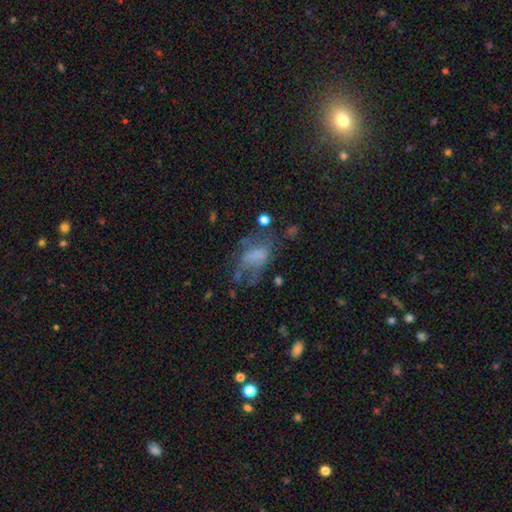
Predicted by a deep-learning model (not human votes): smooth_or_featured: smooth (p=0.46) [alt: featured or disk p=0.39]
merging: major disturbance (p=0.37) [alt: none p=0.33]